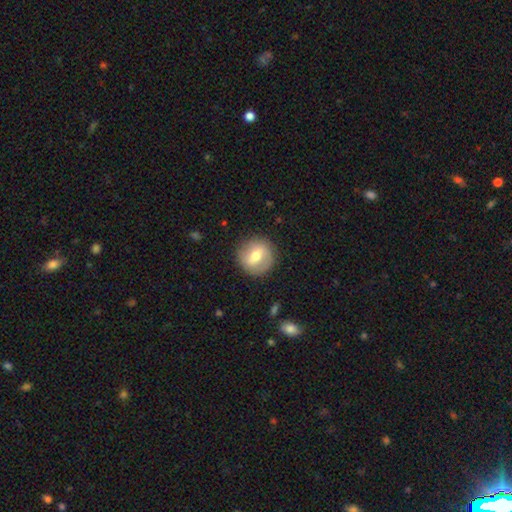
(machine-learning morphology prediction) Smooth or featured?
  - smooth: 53% *
  - featured or disk: 40%
  - star or artifact: 7%
How rounded?
  - round: 90% *
  - in between: 9%
  - cigar-shaped: 1%
Merging?
  - none: 86% *
  - minor disturbance: 9%
  - major disturbance: 3%
  - merger: 1%